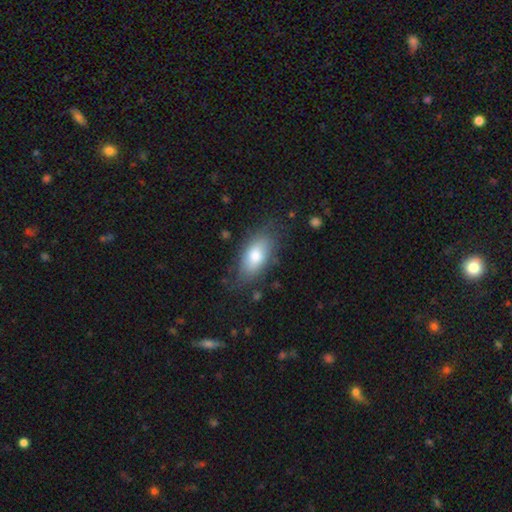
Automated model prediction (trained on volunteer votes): Smooth or featured? smooth (76%)
How rounded? in between (88%)
Merging? none (74%)